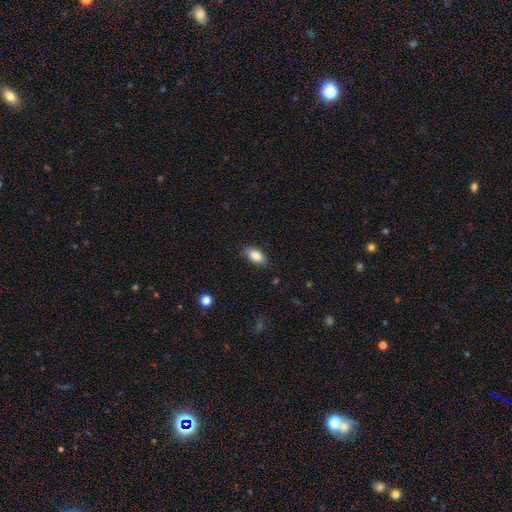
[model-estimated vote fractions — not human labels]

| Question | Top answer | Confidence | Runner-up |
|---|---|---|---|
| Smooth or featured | smooth | 85% | star or artifact (8%) |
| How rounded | in between | 91% | cigar-shaped (5%) |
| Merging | none | 86% | minor disturbance (11%) |